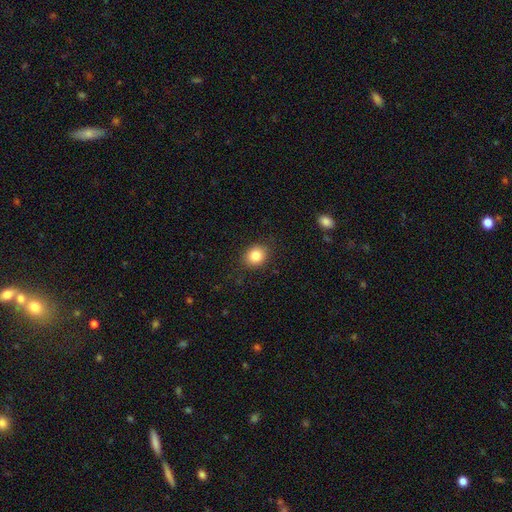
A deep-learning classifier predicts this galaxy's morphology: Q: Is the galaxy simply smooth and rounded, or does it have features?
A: smooth — 84%.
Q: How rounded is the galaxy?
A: round — 70%.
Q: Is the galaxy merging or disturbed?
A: none — 88%.